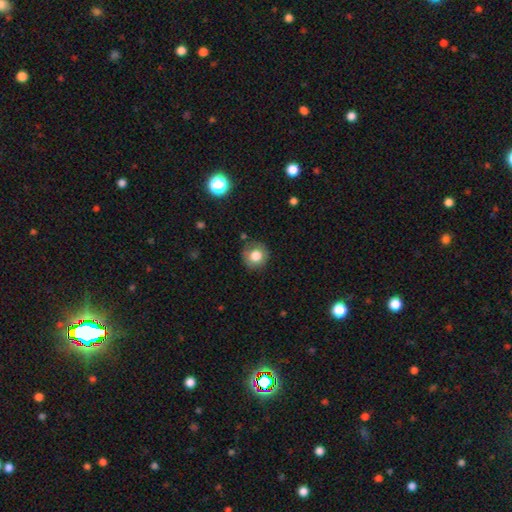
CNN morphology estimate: This is likely a smooth galaxy (79%). How rounded: clearly round (90%). Merging: likely none (80%).